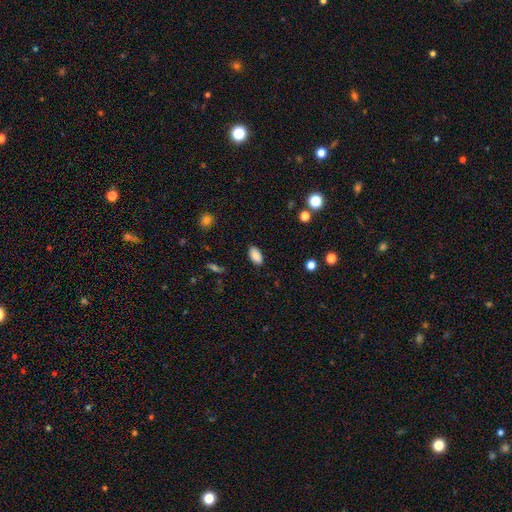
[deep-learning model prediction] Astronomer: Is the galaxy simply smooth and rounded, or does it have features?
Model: smooth — 87%.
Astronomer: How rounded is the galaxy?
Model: in between — 93%.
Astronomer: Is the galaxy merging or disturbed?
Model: none — 87%.